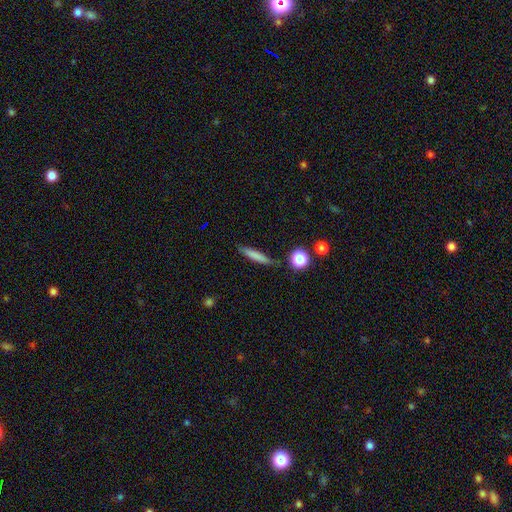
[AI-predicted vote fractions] Smooth or featured? Predicted: smooth (p=0.76). How rounded? Predicted: cigar-shaped (p=0.87). Merging? Predicted: none (p=0.83).